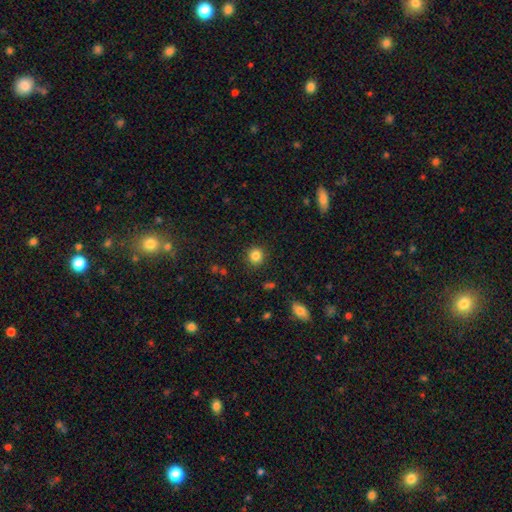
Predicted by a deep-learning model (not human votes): A smooth galaxy with no disk features (84%) that is round (90%). Merging: none (90%).